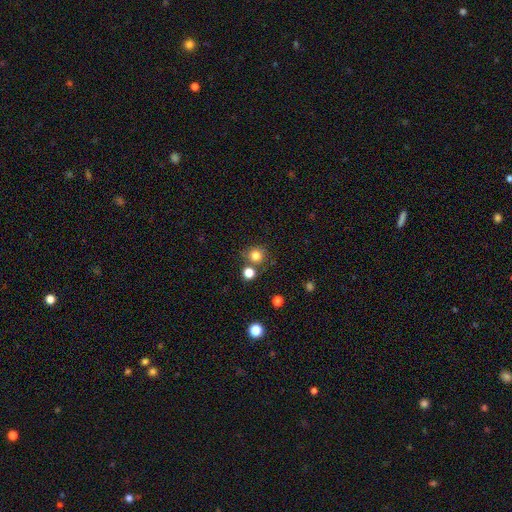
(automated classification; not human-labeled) Morphology: type=smooth (80%); roundness=round (90%); merging=none (73%).